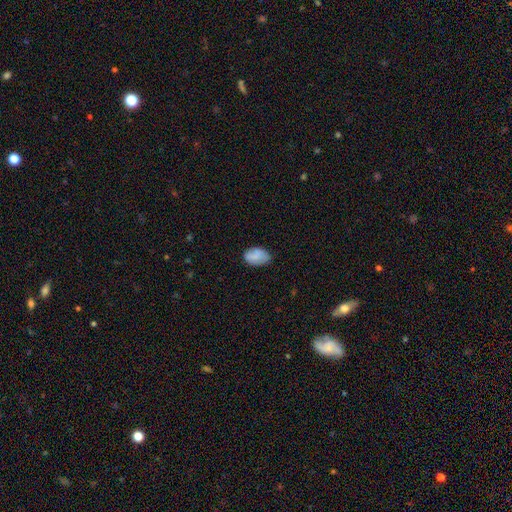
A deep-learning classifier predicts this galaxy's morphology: A smooth galaxy with no disk features (79%) that is in between round and cigar-shaped (90%).

Vote fractions:
- Smooth or featured? smooth: 79% / featured or disk: 13% / star or artifact: 8%
- How rounded? in between: 90% / round: 9% / cigar-shaped: 1%
- Merging? none: 67% / minor disturbance: 26% / major disturbance: 5% / merger: 1%